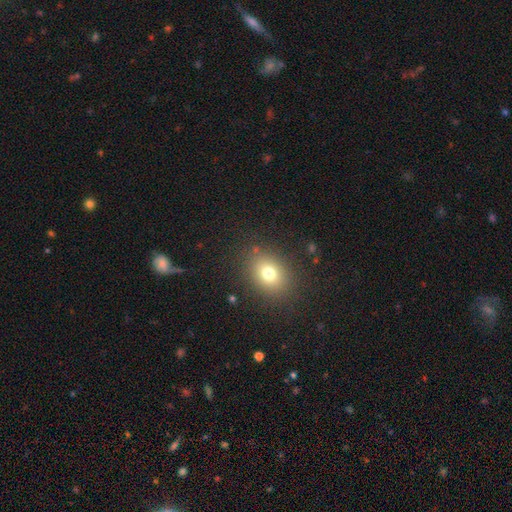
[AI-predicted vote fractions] smooth-or-featured: smooth: 72% | star or artifact: 19% | featured or disk: 9%
  how-rounded: round: 51% | in between: 48% | cigar-shaped: 1%
  merging: none: 88% | minor disturbance: 8% | major disturbance: 2% | merger: 2%